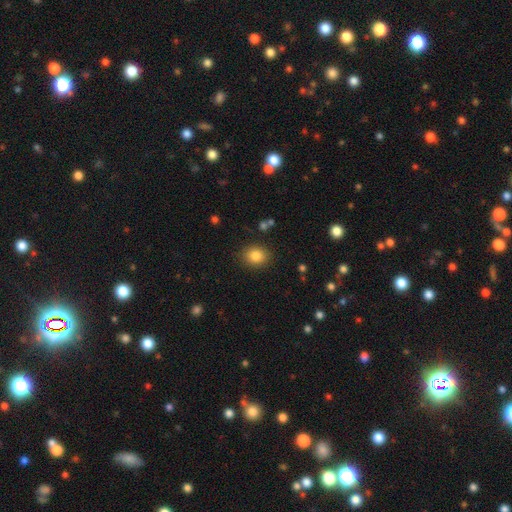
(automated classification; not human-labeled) smooth_or_featured: smooth (p=0.84) [alt: star or artifact p=0.10]
how_rounded: round (p=0.56) [alt: in between p=0.43]
merging: none (p=0.87) [alt: minor disturbance p=0.09]